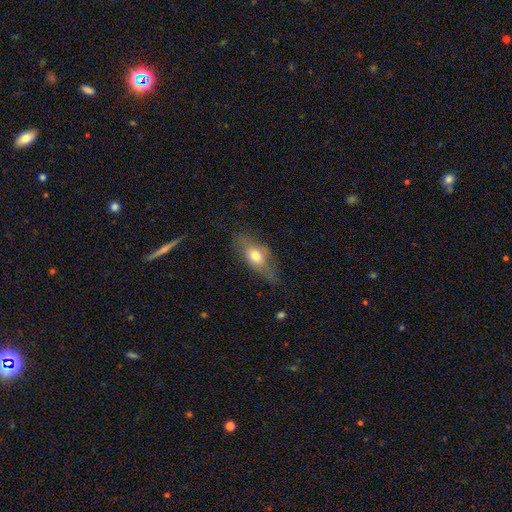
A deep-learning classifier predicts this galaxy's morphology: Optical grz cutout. It shows a smooth galaxy with no disk features (65%) that is in between round and cigar-shaped (74%). Merging: none (61%).